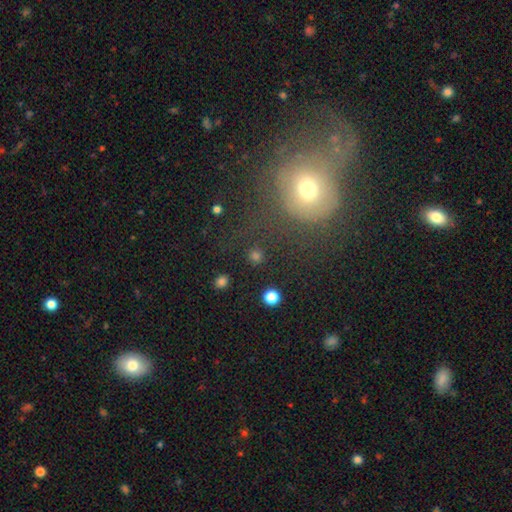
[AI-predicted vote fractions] The model was most divided on "smooth or featured": smooth: 56%, star or artifact: 27%, featured or disk: 17%. More confident: how rounded — round (82%); merging — none (68%).